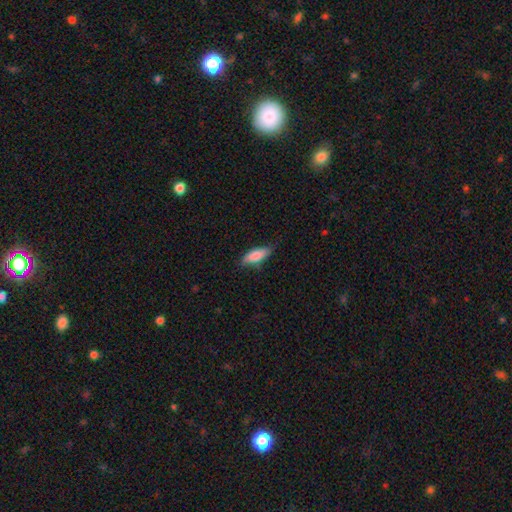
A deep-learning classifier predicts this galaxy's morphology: This appears to be a smooth galaxy with no disk features (85%) that is in between round and cigar-shaped (71%). Merging: none (75%).